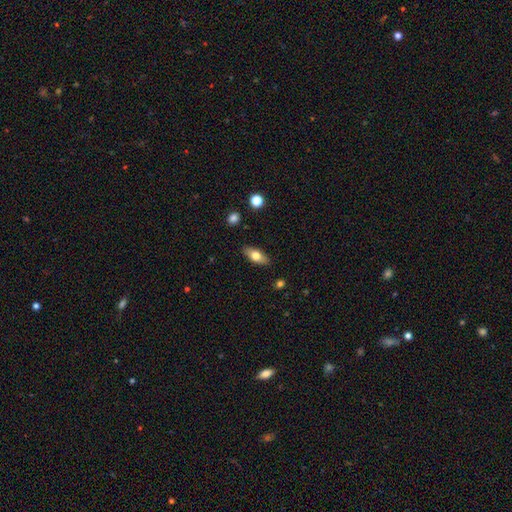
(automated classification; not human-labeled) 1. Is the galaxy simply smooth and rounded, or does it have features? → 71% smooth, 23% featured or disk, 7% star or artifact.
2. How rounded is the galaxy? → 81% in between, 15% cigar-shaped, 4% round.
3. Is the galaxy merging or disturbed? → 87% none, 9% minor disturbance, 2% major disturbance, 1% merger.